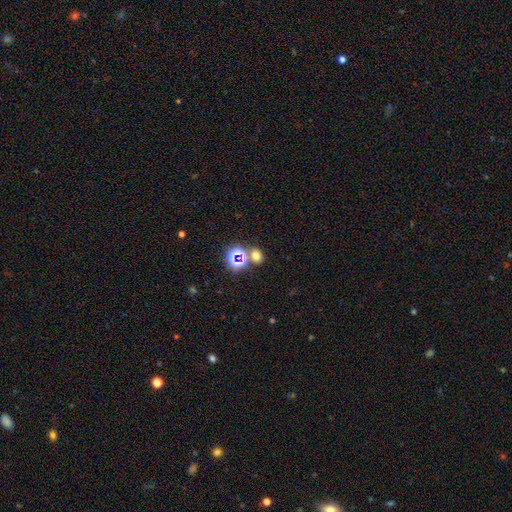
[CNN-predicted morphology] type=smooth (59%); roundness=round (58%); merging=none (69%).